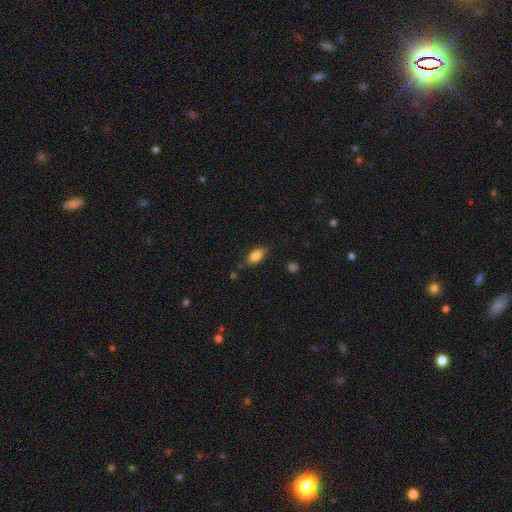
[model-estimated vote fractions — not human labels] Smooth or featured? Predicted: smooth (p=0.81). How rounded? Predicted: in between (p=0.86). Merging? Predicted: none (p=0.74).